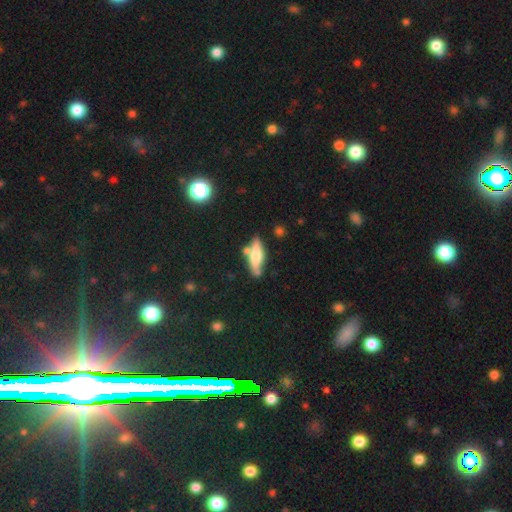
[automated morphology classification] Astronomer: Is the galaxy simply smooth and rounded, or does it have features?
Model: smooth — 51% (runner-up: featured or disk, 42%).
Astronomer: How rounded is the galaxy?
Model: cigar-shaped — 55% (runner-up: in between, 42%).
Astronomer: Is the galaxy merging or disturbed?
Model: none — 67%.